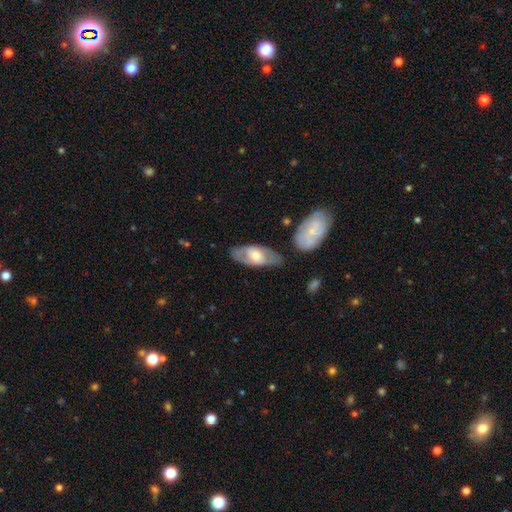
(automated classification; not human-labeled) smooth-or-featured: featured or disk: 52% | smooth: 42% | star or artifact: 5%
  disk-edge-on: no: 80% | yes: 20%
  merging: none: 72% | minor disturbance: 17% | merger: 6% | major disturbance: 5%